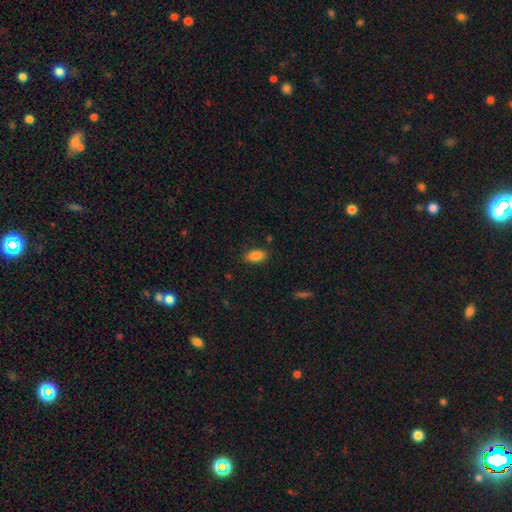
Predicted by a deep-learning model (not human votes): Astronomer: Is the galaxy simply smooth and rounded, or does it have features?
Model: smooth — 86%.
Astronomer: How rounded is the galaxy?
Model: in between — 91%.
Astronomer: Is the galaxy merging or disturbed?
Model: none — 87%.